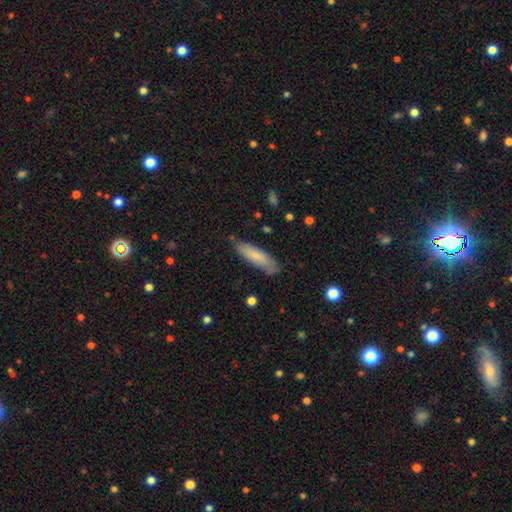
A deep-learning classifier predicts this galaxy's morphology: A smooth galaxy with no disk features (77%) that is cigar-shaped (59%).

Vote fractions:
- Smooth or featured? smooth: 77% / featured or disk: 17% / star or artifact: 6%
- How rounded? cigar-shaped: 59% / in between: 40% / round: 1%
- Merging? none: 76% / minor disturbance: 19% / major disturbance: 3% / merger: 2%